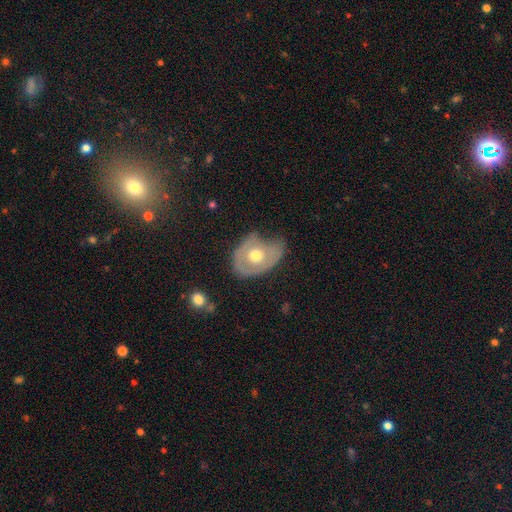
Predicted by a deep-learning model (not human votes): The model was most divided on "smooth or featured": featured or disk: 49%, smooth: 45%, star or artifact: 6%. Remaining: merging — minor disturbance (39%).